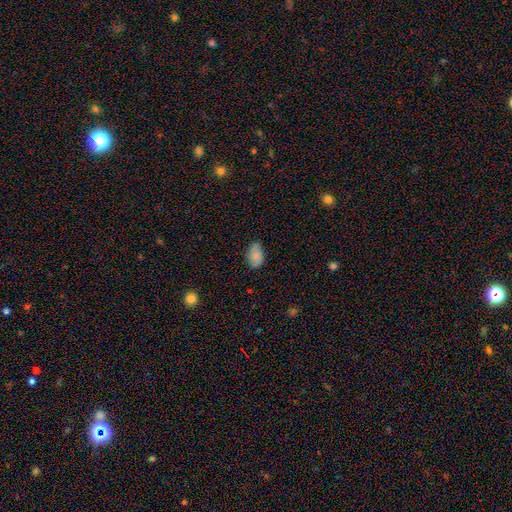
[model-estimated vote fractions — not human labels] Q: Smooth or featured?
A: smooth (82%); runner-up: featured or disk (10%)
Q: How rounded?
A: in between (91%); runner-up: round (7%)
Q: Merging?
A: none (68%); runner-up: minor disturbance (26%)